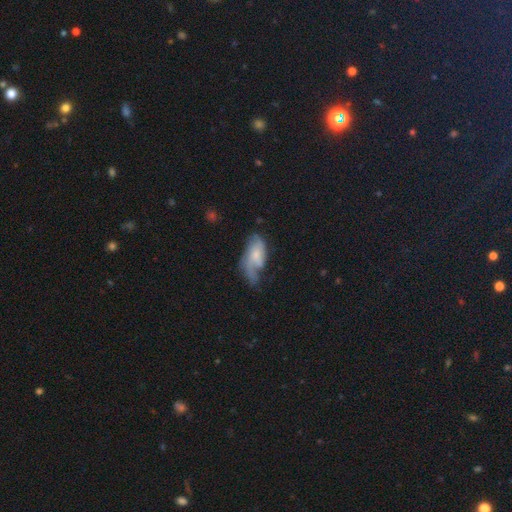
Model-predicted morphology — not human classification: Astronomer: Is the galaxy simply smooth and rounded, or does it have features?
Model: featured or disk — 55% (runner-up: smooth, 37%).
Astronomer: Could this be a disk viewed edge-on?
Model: no — 93%.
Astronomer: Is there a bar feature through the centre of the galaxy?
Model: no — 65%.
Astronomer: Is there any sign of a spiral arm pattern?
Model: yes — 79%.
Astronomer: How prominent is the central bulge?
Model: small — 46% (runner-up: moderate, 28%).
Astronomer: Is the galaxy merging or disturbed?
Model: major disturbance — 34% (runner-up: none, 33%).